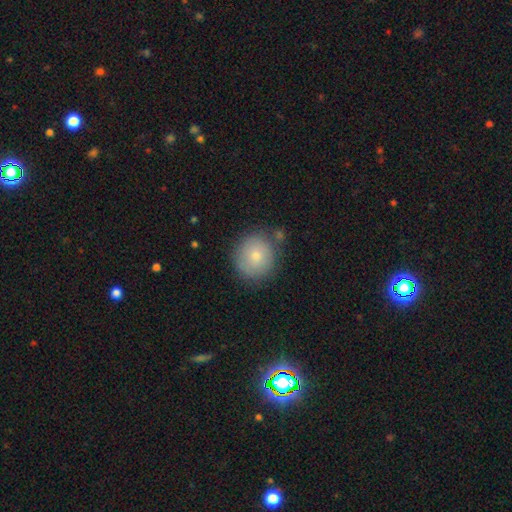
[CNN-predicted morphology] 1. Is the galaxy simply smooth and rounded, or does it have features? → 77% smooth, 15% featured or disk, 8% star or artifact.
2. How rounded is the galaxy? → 89% round, 10% in between, 1% cigar-shaped.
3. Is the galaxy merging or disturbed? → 75% none, 15% minor disturbance, 5% merger, 4% major disturbance.